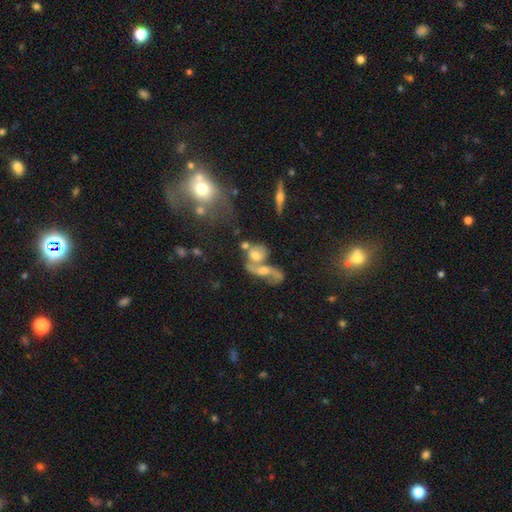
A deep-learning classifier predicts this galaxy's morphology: This is possibly a featured or disk galaxy (55%). It is clearly not viewed edge-on (89%). Merging: marginally merger (40%).